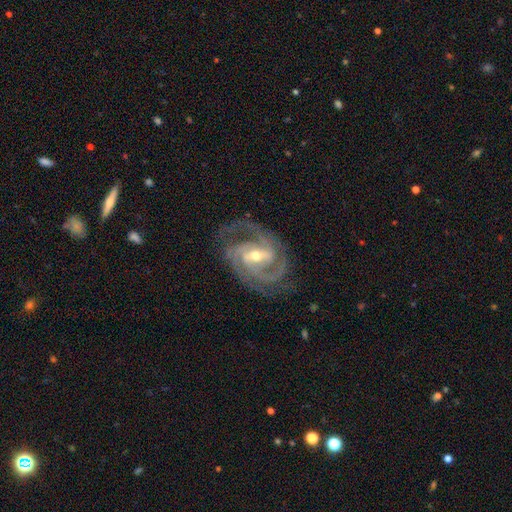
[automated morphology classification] Smooth or featured?
  - featured or disk: 93% *
  - star or artifact: 4%
  - smooth: 3%
Edge-on disk?
  - no: 97% *
  - yes: 3%
Bar?
  - weak: 42% *
  - strong: 41%
  - no: 17%
Spiral arms?
  - yes: 99% *
  - no: 1%
Spiral winding?
  - tight: 49% *
  - medium: 45%
  - loose: 6%
Spiral arm count?
  - 3: 45% *
  - 2: 32%
  - 4: 9%
  - can't tell: 6%
  - 1: 4%
  - more than 4: 4%
Bulge size?
  - moderate: 55% *
  - small: 41%
  - large: 2%
  - none: 1%
  - dominant: 1%
Merging?
  - none: 76% *
  - minor disturbance: 16%
  - major disturbance: 7%
  - merger: 1%